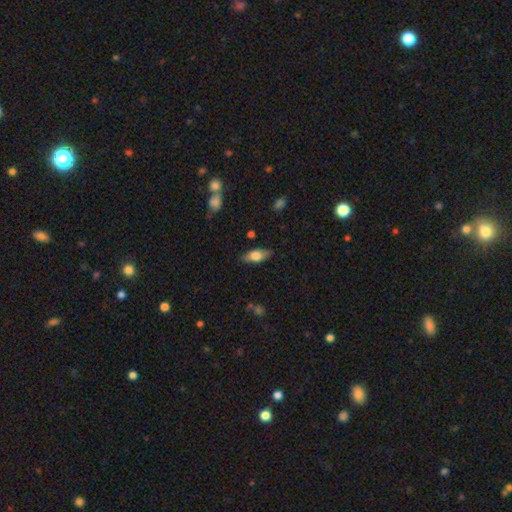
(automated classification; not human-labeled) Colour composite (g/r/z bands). It shows a smooth galaxy with no disk features (70%) that is in between round and cigar-shaped (80%). Merging: none (81%).